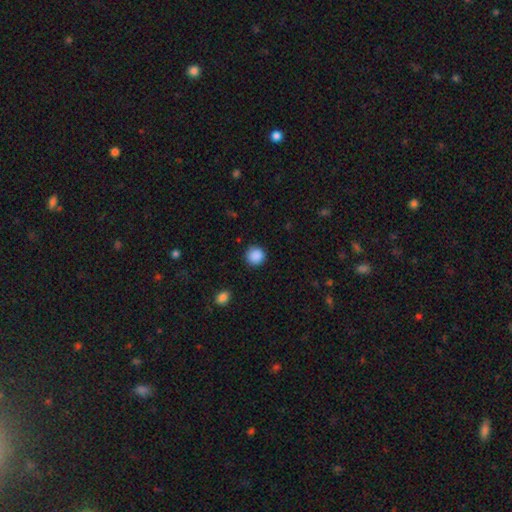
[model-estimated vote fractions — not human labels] smooth 89%, star or artifact 9%, featured or disk 2%. Down the decision tree: how rounded — round (94%); merging — none (91%).